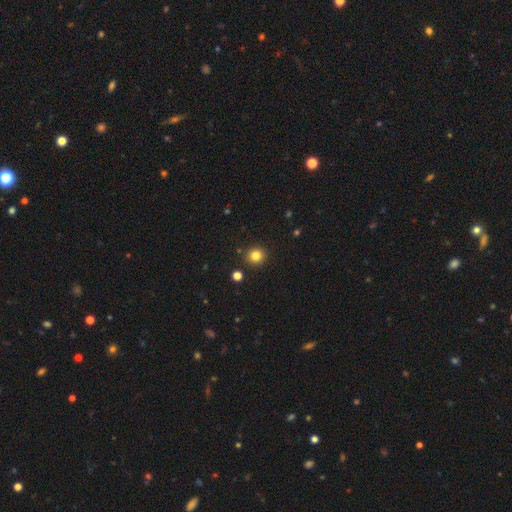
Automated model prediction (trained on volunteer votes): smooth_or_featured: smooth (p=0.81) [alt: star or artifact p=0.13]
how_rounded: round (p=0.92) [alt: in between p=0.07]
merging: none (p=0.90) [alt: minor disturbance p=0.06]